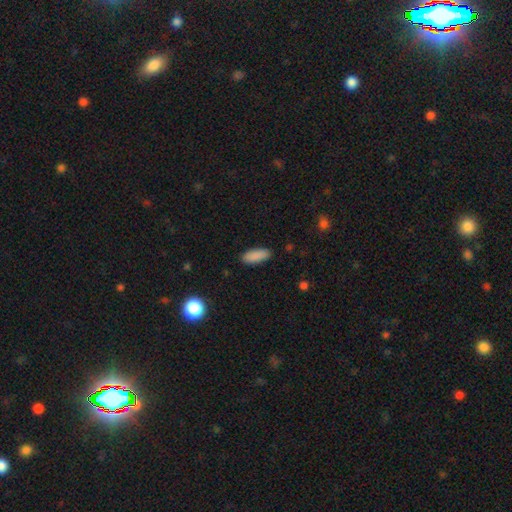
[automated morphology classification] Overall: smooth (89%). How rounded: in between (75%). Merging: none (88%).